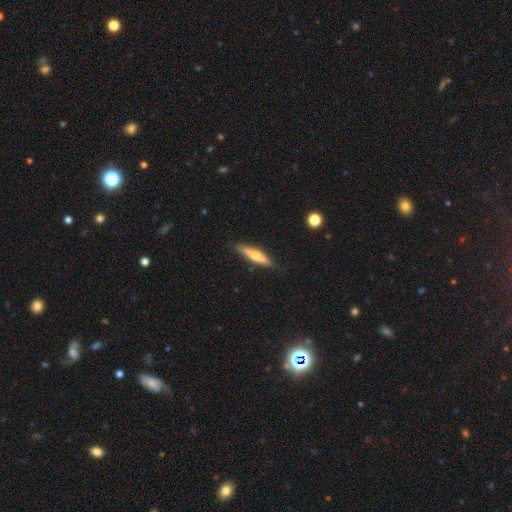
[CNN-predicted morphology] type=smooth (51%); roundness=cigar-shaped (83%); merging=none (86%).